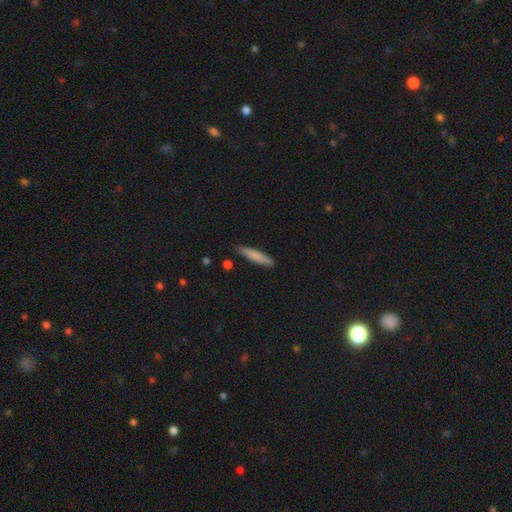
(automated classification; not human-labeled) Q: Smooth or featured?
A: smooth (80%); runner-up: featured or disk (14%)
Q: How rounded?
A: cigar-shaped (88%); runner-up: in between (11%)
Q: Merging?
A: none (86%); runner-up: minor disturbance (11%)